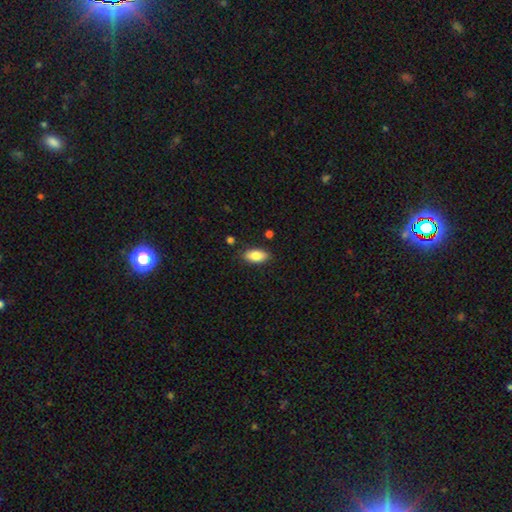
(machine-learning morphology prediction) Smooth or featured? smooth (83%)
How rounded? in between (92%)
Merging? none (85%)